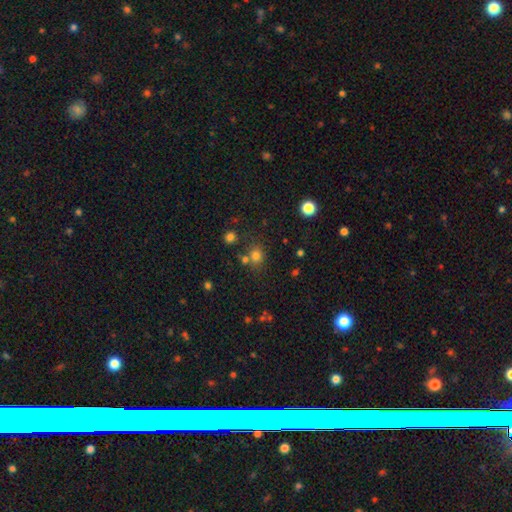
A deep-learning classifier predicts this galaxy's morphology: Smooth or featured?
  - smooth: 74% *
  - star or artifact: 18%
  - featured or disk: 8%
How rounded?
  - round: 75% *
  - in between: 24%
  - cigar-shaped: 1%
Merging?
  - none: 68% *
  - merger: 17%
  - minor disturbance: 11%
  - major disturbance: 4%